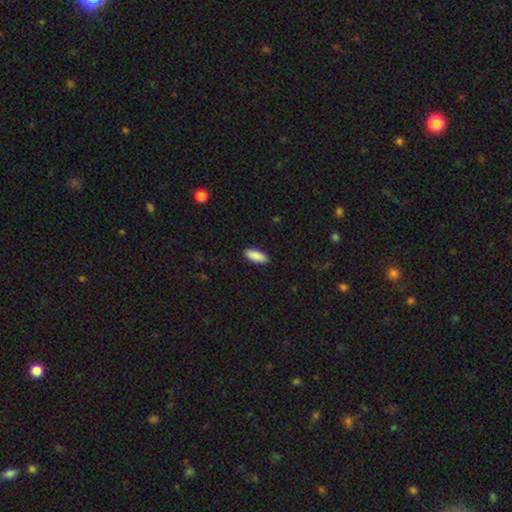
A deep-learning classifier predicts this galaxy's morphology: The model was most divided on "how rounded": in between: 79%, cigar-shaped: 19%, round: 2%. More confident: smooth or featured — smooth (90%); merging — none (89%).